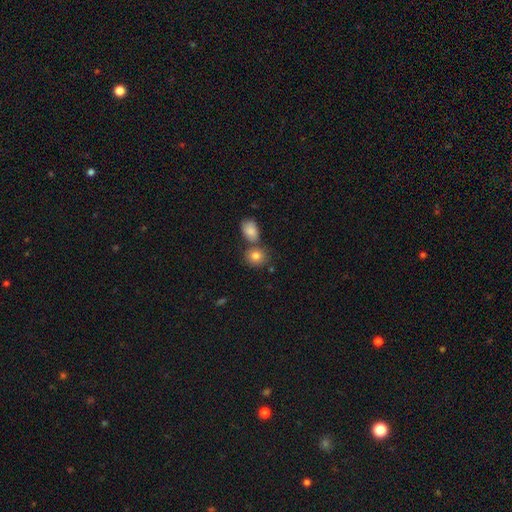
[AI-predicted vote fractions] smooth-or-featured: smooth: 82% | star or artifact: 9% | featured or disk: 9%
  how-rounded: round: 64% | in between: 35% | cigar-shaped: 1%
  merging: none: 56% | merger: 30% | minor disturbance: 11% | major disturbance: 3%